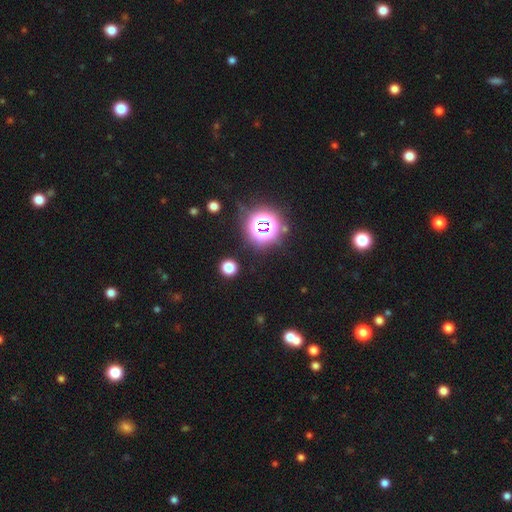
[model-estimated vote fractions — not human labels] Smooth or featured? star or artifact (83%)